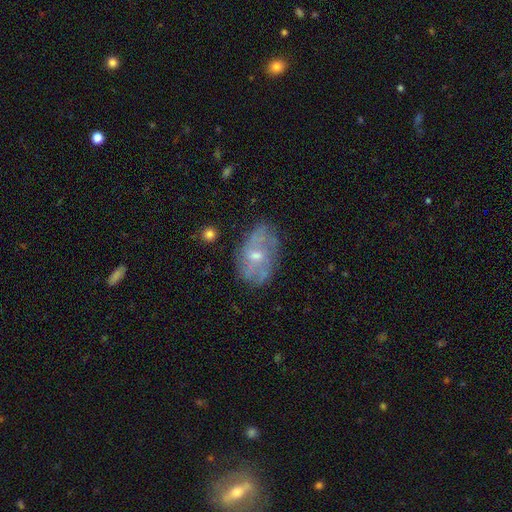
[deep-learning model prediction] This appears to be a featured or disk galaxy (59%) with no bar (69%), spiral arms (52%) and a small central bulge (52%). Merging: none (62%).